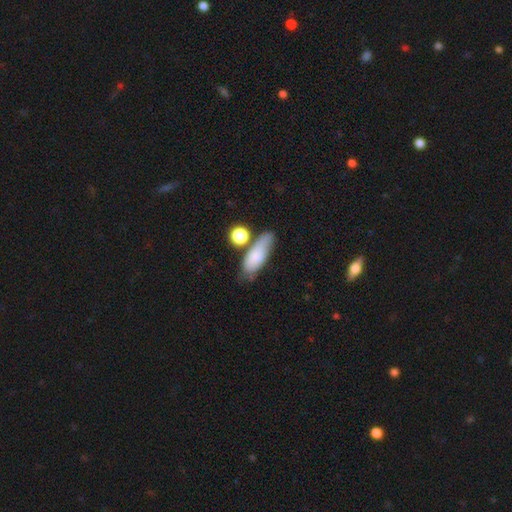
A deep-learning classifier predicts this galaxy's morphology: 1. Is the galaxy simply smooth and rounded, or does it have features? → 77% smooth, 15% featured or disk, 8% star or artifact.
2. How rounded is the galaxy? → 64% in between, 32% cigar-shaped, 5% round.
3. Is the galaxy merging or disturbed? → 55% none, 22% minor disturbance, 15% merger, 8% major disturbance.